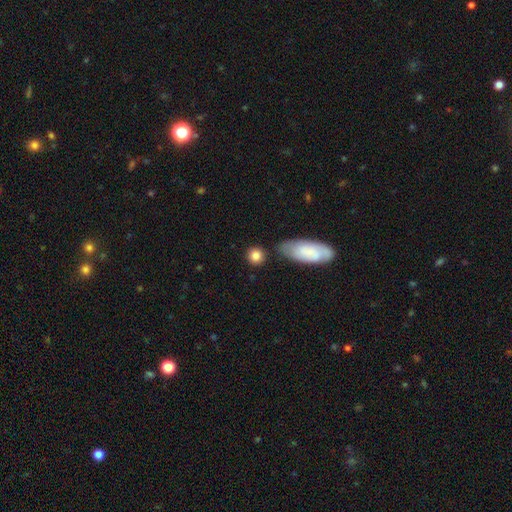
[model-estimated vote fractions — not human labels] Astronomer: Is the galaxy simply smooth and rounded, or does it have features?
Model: smooth — 83%.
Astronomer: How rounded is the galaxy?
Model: round — 84%.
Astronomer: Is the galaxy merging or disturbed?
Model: none — 79%.